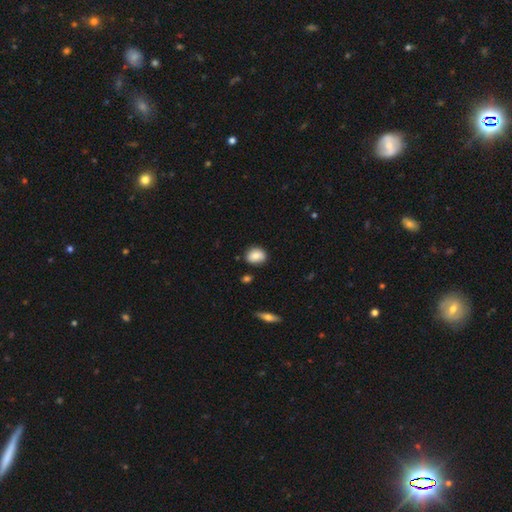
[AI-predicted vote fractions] Q: Smooth or featured?
A: smooth (82%); runner-up: featured or disk (10%)
Q: How rounded?
A: round (51%); runner-up: in between (47%)
Q: Merging?
A: none (79%); runner-up: minor disturbance (15%)